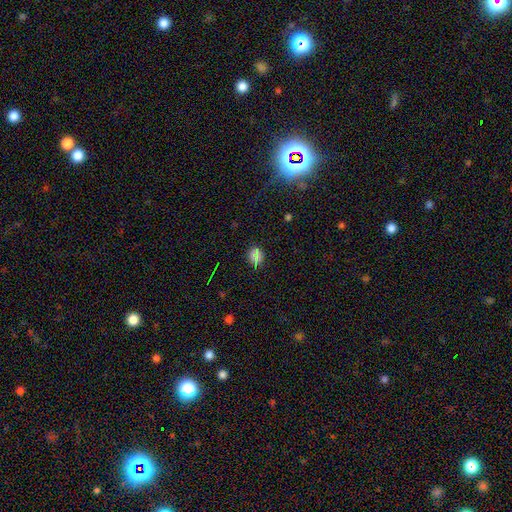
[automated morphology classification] smooth-or-featured: smooth: 64% | star or artifact: 25% | featured or disk: 11%
  how-rounded: round: 73% | in between: 25% | cigar-shaped: 2%
  merging: none: 86% | minor disturbance: 10% | major disturbance: 3% | merger: 2%